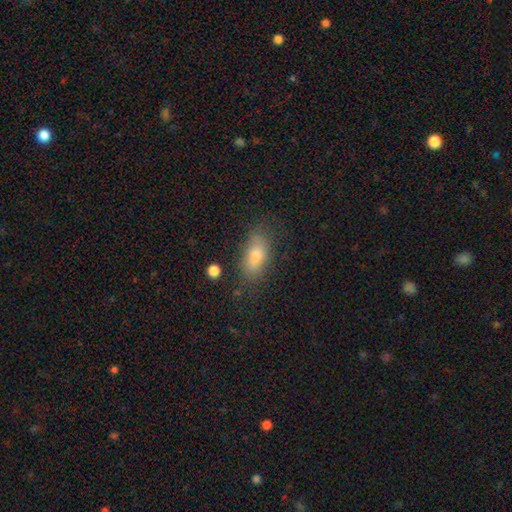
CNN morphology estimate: This appears to be a smooth galaxy with no disk features (76%) that is in between round and cigar-shaped (84%). Merging: none (75%).